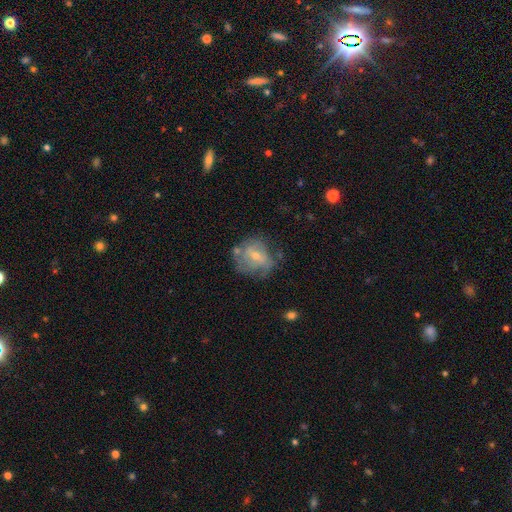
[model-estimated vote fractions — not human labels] Smooth or featured? Predicted: featured or disk (p=0.57). Edge-on disk? Predicted: no (p=0.96). Bar? Predicted: no (p=0.53). Spiral arms? Predicted: yes (p=0.53). Bulge size? Predicted: small (p=0.55). Merging? Predicted: none (p=0.54).